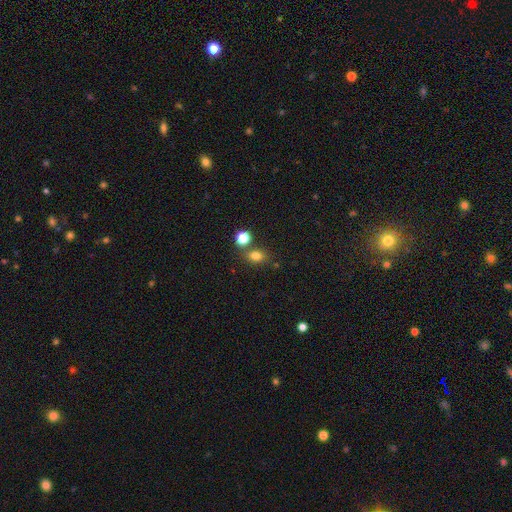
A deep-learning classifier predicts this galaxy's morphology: type=smooth (78%); roundness=in between (57%); merging=none (70%).